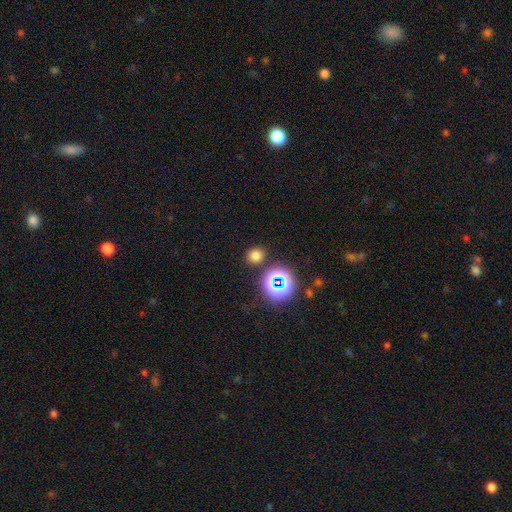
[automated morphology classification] Smooth or featured? smooth (71%)
How rounded? round (76%)
Merging? none (86%)